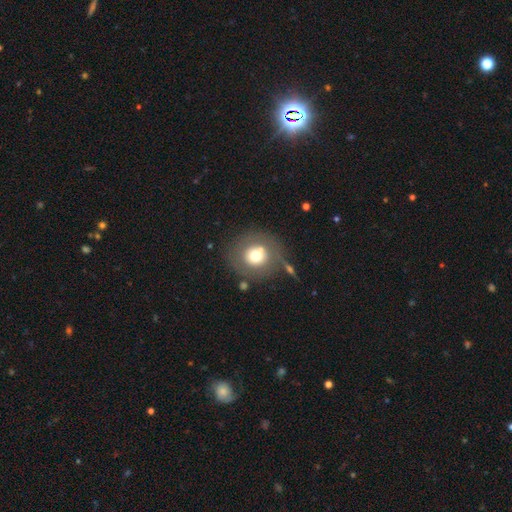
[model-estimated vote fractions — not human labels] This is likely a smooth galaxy (66%). How rounded: clearly round (89%). Merging: likely none (71%).